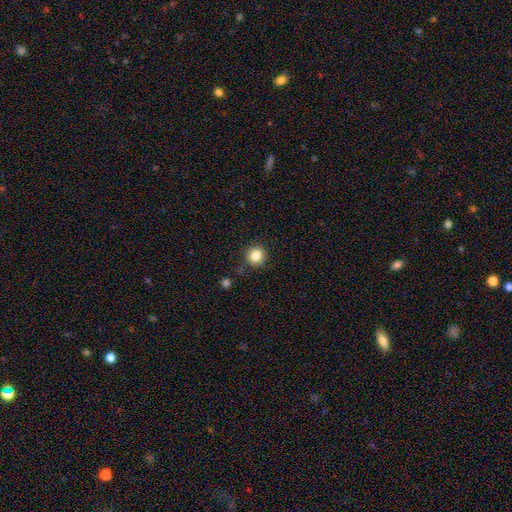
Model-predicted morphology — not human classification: smooth_or_featured: smooth (p=0.84) [alt: star or artifact p=0.11]
how_rounded: round (p=0.90) [alt: in between p=0.09]
merging: none (p=0.86) [alt: minor disturbance p=0.09]